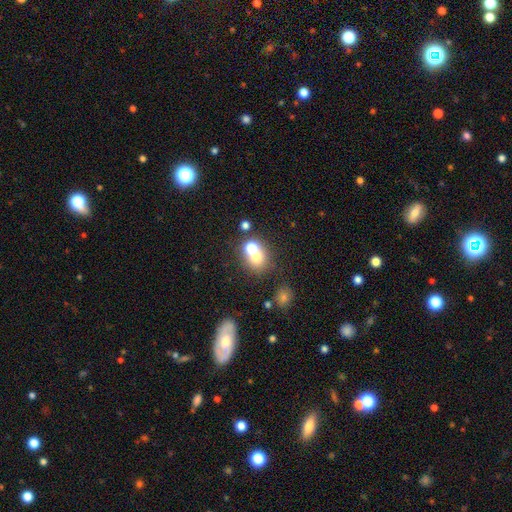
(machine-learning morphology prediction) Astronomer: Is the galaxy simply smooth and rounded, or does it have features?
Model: smooth — 68%.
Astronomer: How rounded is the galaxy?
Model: round — 71%.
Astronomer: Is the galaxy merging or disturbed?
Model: merger — 51% (runner-up: none, 38%).